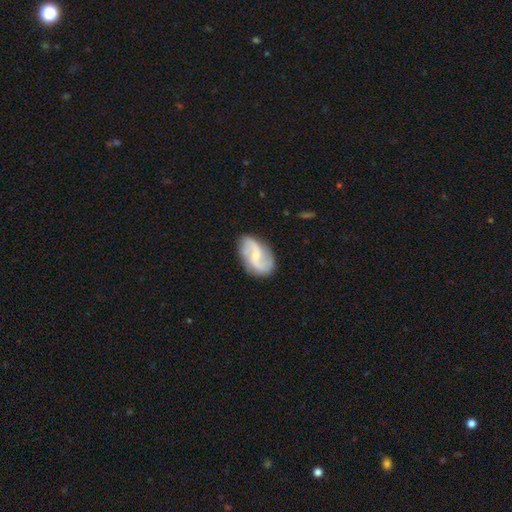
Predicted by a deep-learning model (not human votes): smooth-or-featured: featured or disk: 80% | smooth: 15% | star or artifact: 5%
  disk-edge-on: no: 97% | yes: 3%
    bar: weak: 48% | no: 40% | strong: 13%
    has-spiral-arms: yes: 94% | no: 6%
      spiral-winding: loose: 59% | medium: 32% | tight: 9%
      spiral-arm-count: 2: 89% | can't tell: 5% | 3: 3% | 1: 2% | 4: 1% | more than 4: 1%
    bulge-size: small: 62% | moderate: 29% | none: 7% | large: 1% | dominant: 1%
  merging: none: 79% | minor disturbance: 15% | major disturbance: 4% | merger: 2%